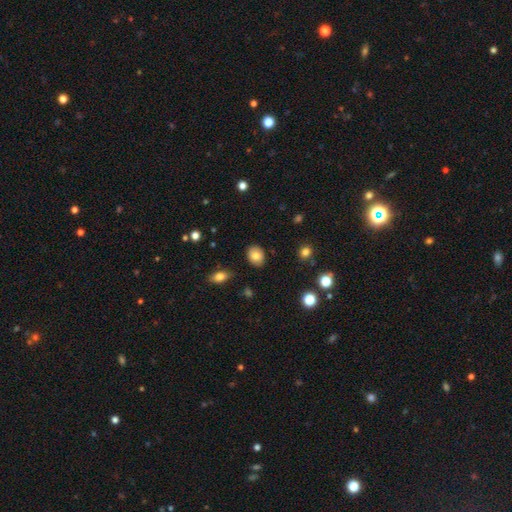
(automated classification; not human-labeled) This appears to be a smooth galaxy with no disk features (83%) that is in between round and cigar-shaped (62%). Merging: none (88%).